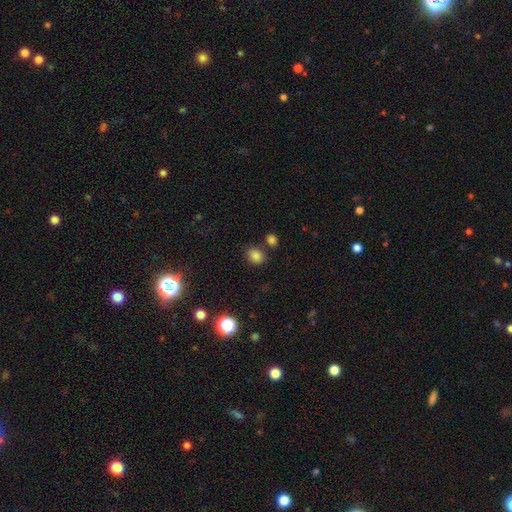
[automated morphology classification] This is clearly a smooth galaxy (81%). How rounded: possibly in between (51%). Merging: likely none (71%).